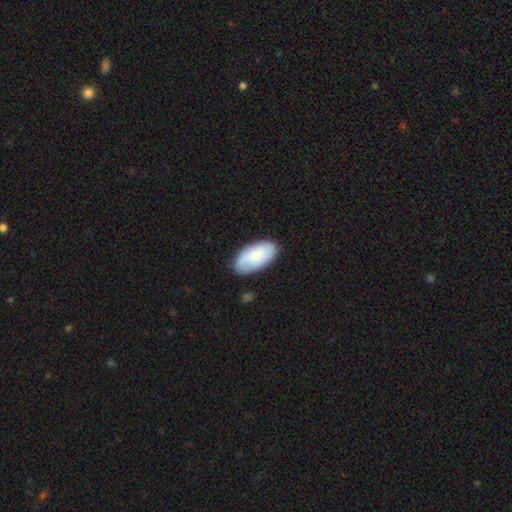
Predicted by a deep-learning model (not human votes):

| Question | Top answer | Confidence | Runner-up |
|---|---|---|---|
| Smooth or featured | smooth | 77% | featured or disk (17%) |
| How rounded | in between | 95% | cigar-shaped (2%) |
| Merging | none | 81% | minor disturbance (15%) |